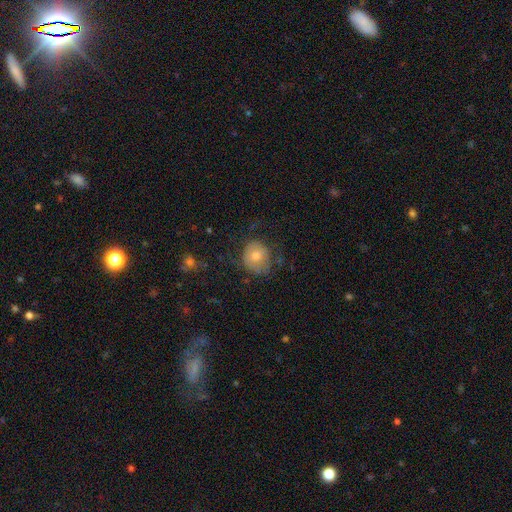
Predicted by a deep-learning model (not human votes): Q: Smooth or featured?
A: smooth (72%); runner-up: featured or disk (20%)
Q: How rounded?
A: round (74%); runner-up: in between (25%)
Q: Merging?
A: none (54%); runner-up: minor disturbance (26%)